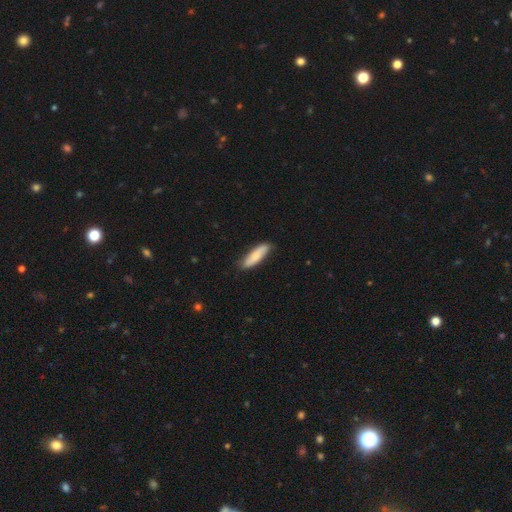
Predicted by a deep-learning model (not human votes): The model was most divided on "how rounded": cigar-shaped: 57%, in between: 41%, round: 2%. More confident: merging — none (83%); smooth or featured — smooth (72%).